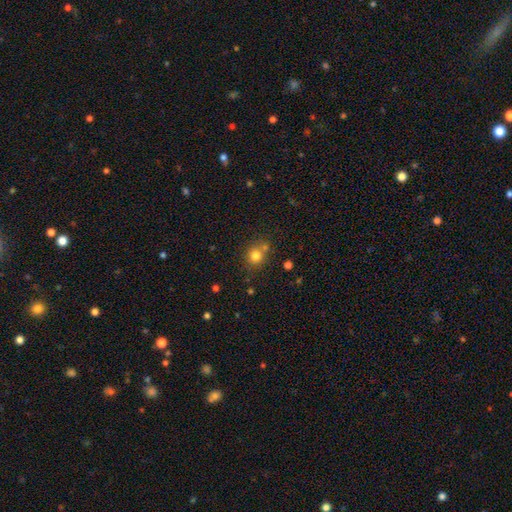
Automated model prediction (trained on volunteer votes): Smooth or featured? smooth (78%)
How rounded? round (83%)
Merging? none (65%)